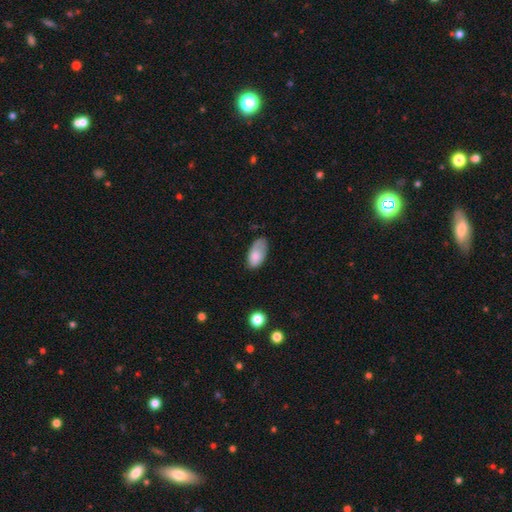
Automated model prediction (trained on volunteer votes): This is likely a smooth galaxy (79%). How rounded: clearly in between (93%). Merging: possibly none (52%).